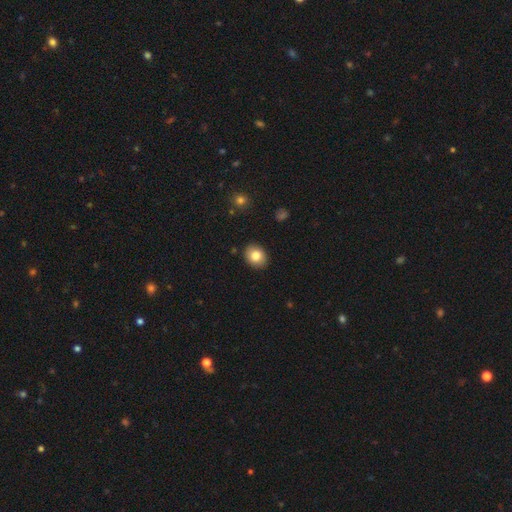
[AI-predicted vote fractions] This is clearly a smooth galaxy (82%). How rounded: possibly round (56%). Merging: clearly none (89%).